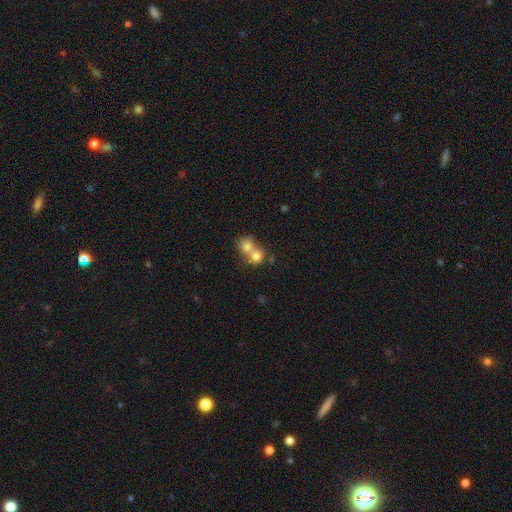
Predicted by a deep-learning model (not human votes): smooth-or-featured: smooth: 75% | featured or disk: 15% | star or artifact: 11%
  how-rounded: round: 78% | in between: 21% | cigar-shaped: 1%
  merging: merger: 68% | none: 25% | minor disturbance: 5% | major disturbance: 2%